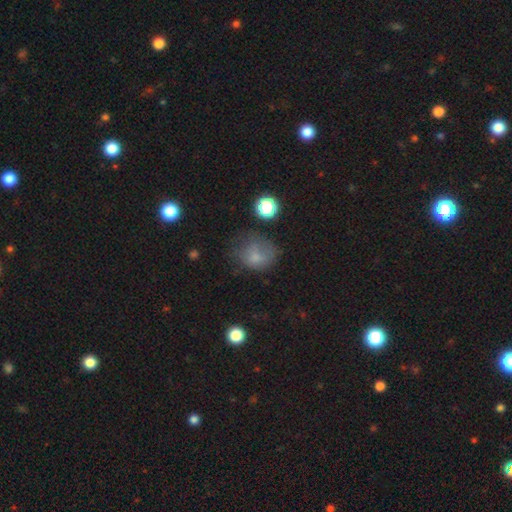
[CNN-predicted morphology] Smooth or featured?
  - smooth: 69% *
  - featured or disk: 16%
  - star or artifact: 15%
How rounded?
  - round: 57% *
  - in between: 42%
  - cigar-shaped: 1%
Merging?
  - none: 41% *
  - minor disturbance: 30%
  - major disturbance: 26%
  - merger: 4%